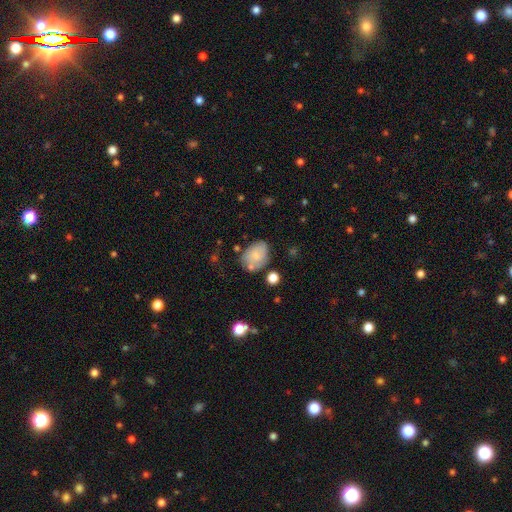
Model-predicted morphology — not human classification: This appears to be a smooth galaxy with no disk features (74%) that is in between round and cigar-shaped (73%). Merging: none (58%).